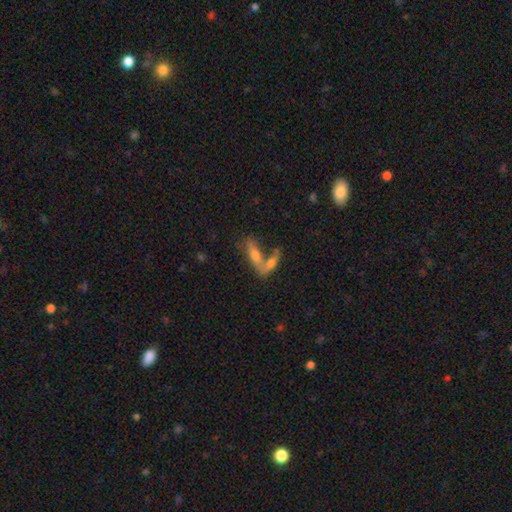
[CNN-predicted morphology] Smooth or featured? smooth (46%)
Merging? merger (51%)